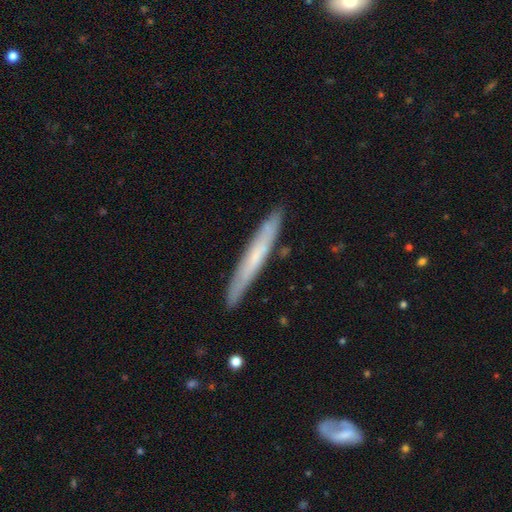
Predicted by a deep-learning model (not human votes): smooth_or_featured: smooth (p=0.53) [alt: featured or disk p=0.41]
how_rounded: cigar-shaped (p=0.96) [alt: in between p=0.03]
merging: none (p=0.88) [alt: minor disturbance p=0.09]